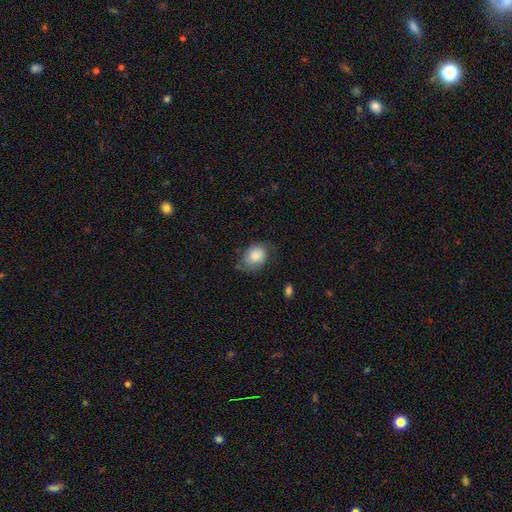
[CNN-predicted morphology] type=smooth (74%); roundness=in between (56%); merging=none (57%).